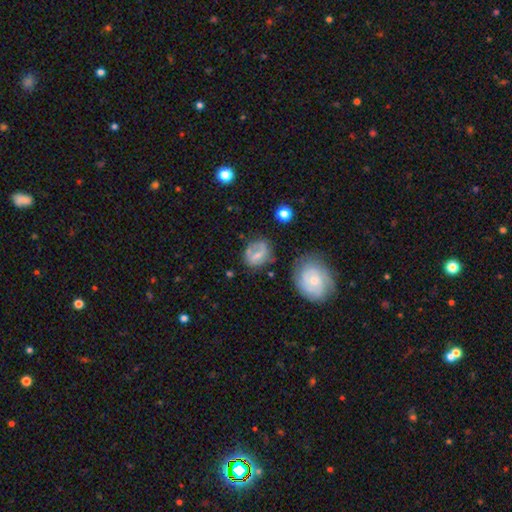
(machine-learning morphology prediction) Overall: smooth (45%, tied with featured or disk). Merging: none (50%; minor disturbance 25%).